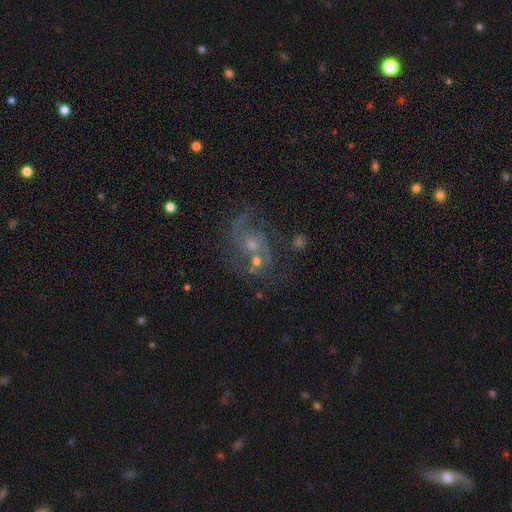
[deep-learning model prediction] Smooth or featured? featured or disk (72%)
Edge-on disk? no (98%)
Bar? no (72%)
Spiral arms? yes (87%)
Spiral winding? medium (48%)
Spiral arm count? 2 (57%)
Bulge size? small (57%)
Merging? none (49%)